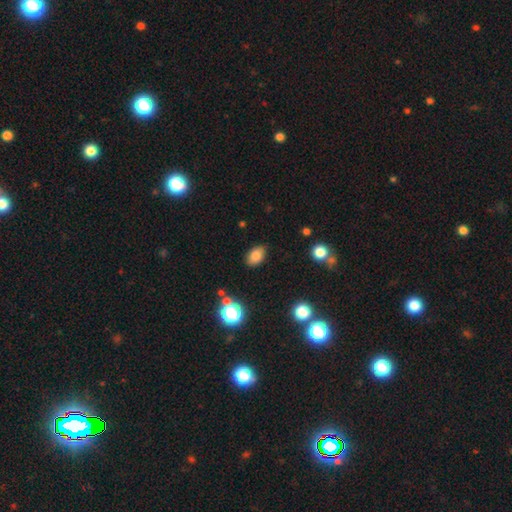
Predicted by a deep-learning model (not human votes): Smooth or featured: smooth — 81% (star or artifact — 11%)
How rounded: in between — 85% (round — 14%)
Merging: none — 84% (minor disturbance — 12%)